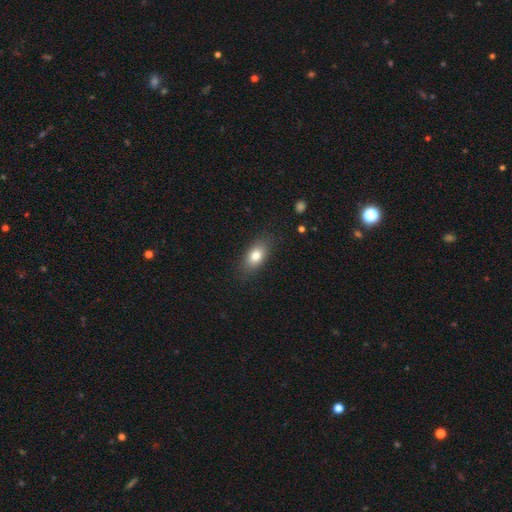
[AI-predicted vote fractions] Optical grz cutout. It shows a smooth galaxy with no disk features (79%) that is in between round and cigar-shaped (85%). Merging: none (83%).